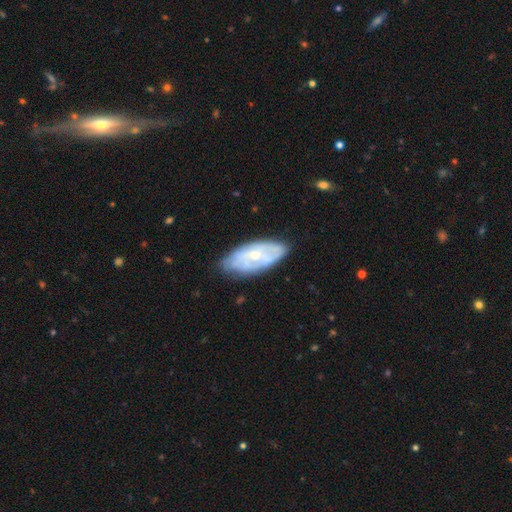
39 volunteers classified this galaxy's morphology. Smooth or featured? 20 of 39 (51%) said featured or disk. Edge-on disk? 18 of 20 (90%) said no. Bar? 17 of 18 (94%) said no. Spiral arms? 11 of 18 (61%) said yes. Spiral winding? 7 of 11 (64%) said tight. Spiral arm count? 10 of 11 (91%) said can't tell. Bulge size? 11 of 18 (61%) said moderate. Merging? 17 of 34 (50%) said none.